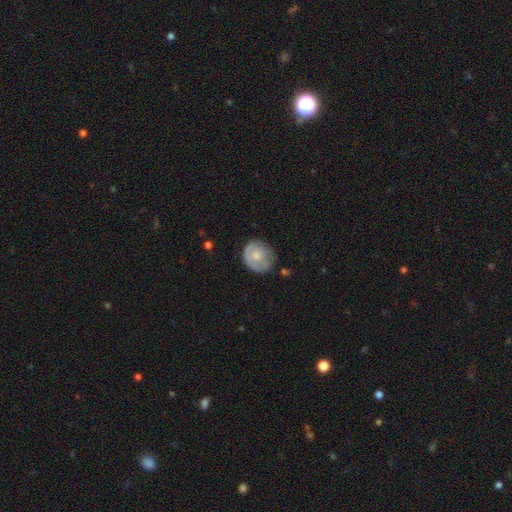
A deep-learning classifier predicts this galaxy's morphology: Overall: smooth (62%; featured or disk 32%). How rounded: round (75%). Merging: none (63%; minor disturbance 25%).